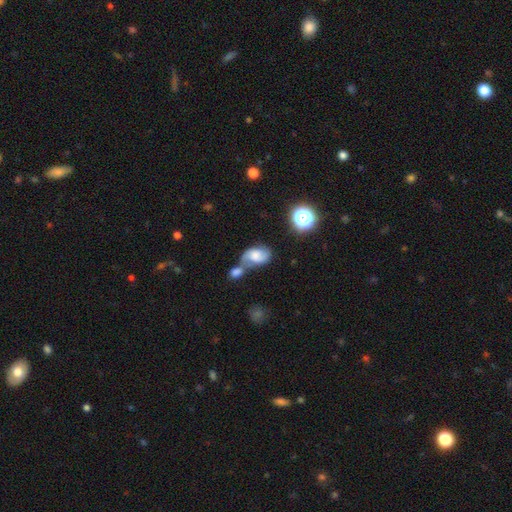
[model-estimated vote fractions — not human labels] The model was most divided on "smooth or featured": smooth: 47%, featured or disk: 41%, star or artifact: 12%. Remaining: merging — merger (50%).